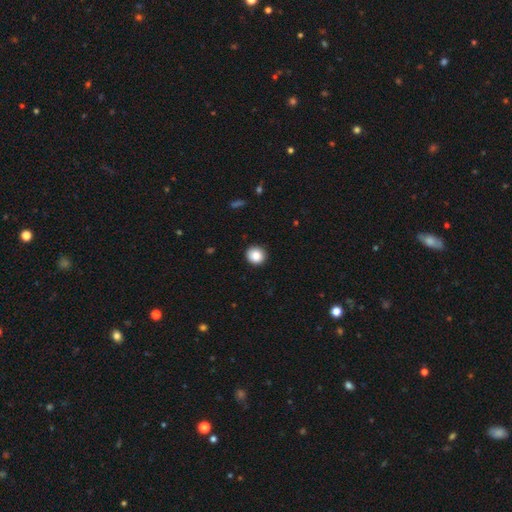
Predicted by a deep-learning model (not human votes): The model was most divided on "smooth or featured": smooth: 86%, star or artifact: 9%, featured or disk: 5%. More confident: merging — none (91%); how rounded — round (90%).